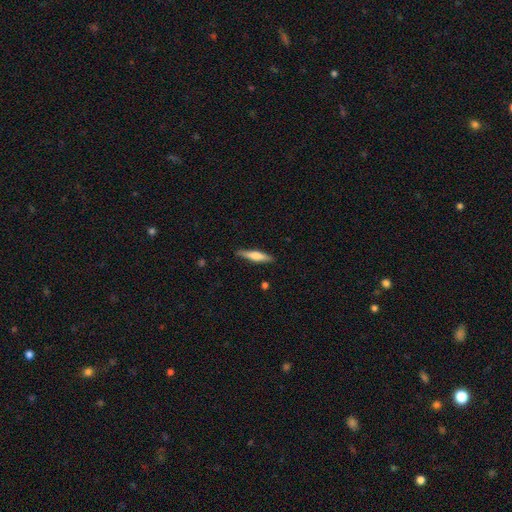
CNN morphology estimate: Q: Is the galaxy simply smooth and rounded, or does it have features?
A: smooth — 54%.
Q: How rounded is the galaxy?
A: cigar-shaped — 84%.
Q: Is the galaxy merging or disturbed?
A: none — 86%.